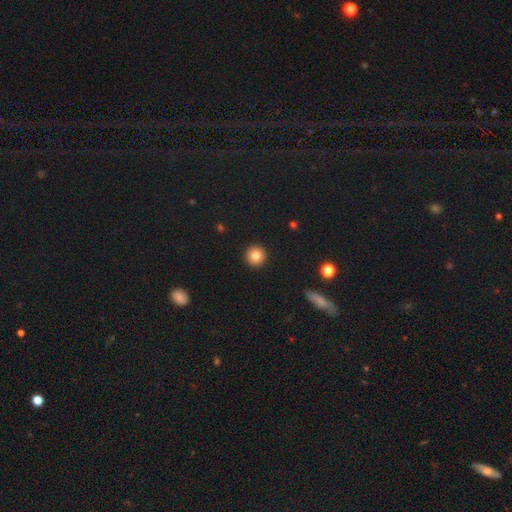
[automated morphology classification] Overall: smooth (82%). How rounded: round (96%). Merging: none (93%).